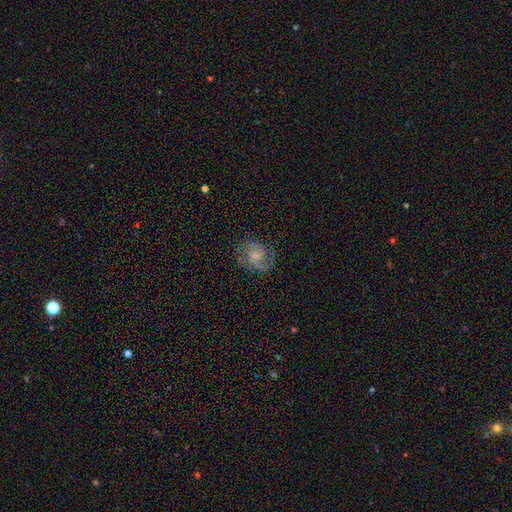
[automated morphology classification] Smooth or featured: featured or disk — 75% (smooth — 18%)
Edge-on disk: no — 98% (yes — 2%)
Bar: no — 50% (weak — 44%)
Spiral arms: yes — 94% (no — 6%)
Spiral winding: medium — 53% (tight — 29%)
Spiral arm count: 2 — 81% (can't tell — 8%)
Bulge size: small — 53% (moderate — 26%)
Merging: none — 75% (minor disturbance — 16%)